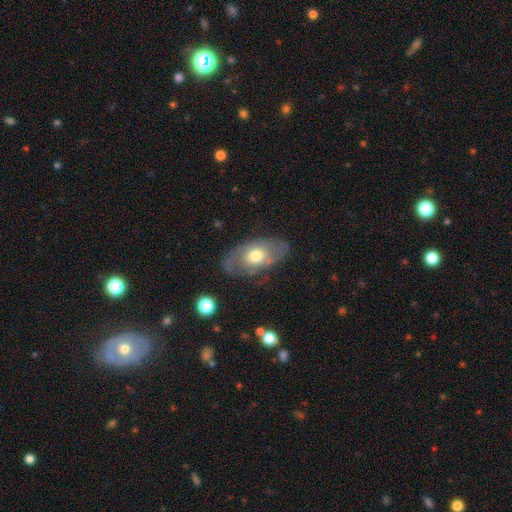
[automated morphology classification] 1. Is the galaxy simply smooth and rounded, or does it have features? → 47% featured or disk, 46% smooth, 6% star or artifact.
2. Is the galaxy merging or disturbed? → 71% none, 19% minor disturbance, 8% major disturbance, 2% merger.